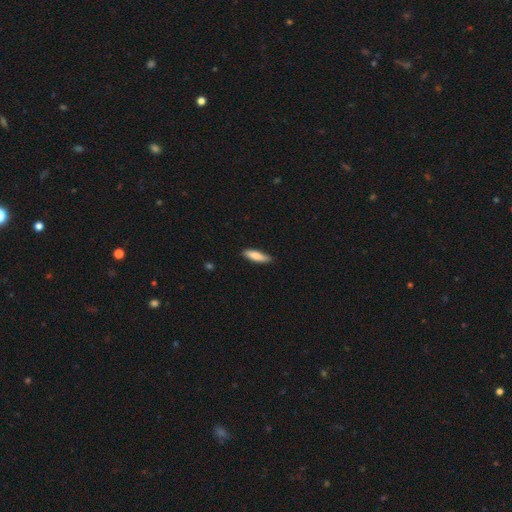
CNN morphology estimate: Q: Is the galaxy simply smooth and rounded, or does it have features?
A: smooth — 79%.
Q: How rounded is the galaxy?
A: cigar-shaped — 62%.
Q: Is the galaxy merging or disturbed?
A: none — 85%.